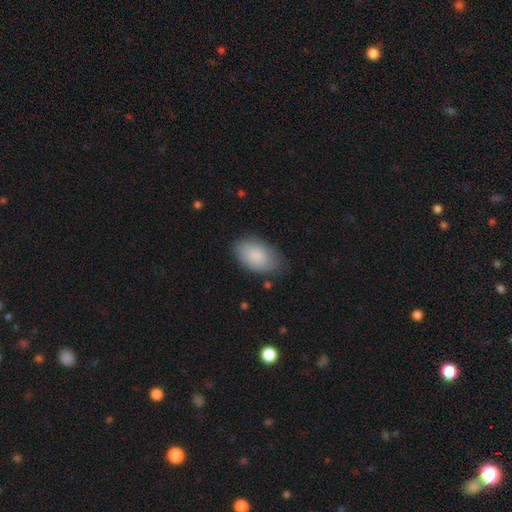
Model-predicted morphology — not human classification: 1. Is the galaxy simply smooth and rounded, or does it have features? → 86% smooth, 9% featured or disk, 6% star or artifact.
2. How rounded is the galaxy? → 93% in between, 5% round, 1% cigar-shaped.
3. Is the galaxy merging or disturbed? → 75% none, 20% minor disturbance, 4% major disturbance, 1% merger.